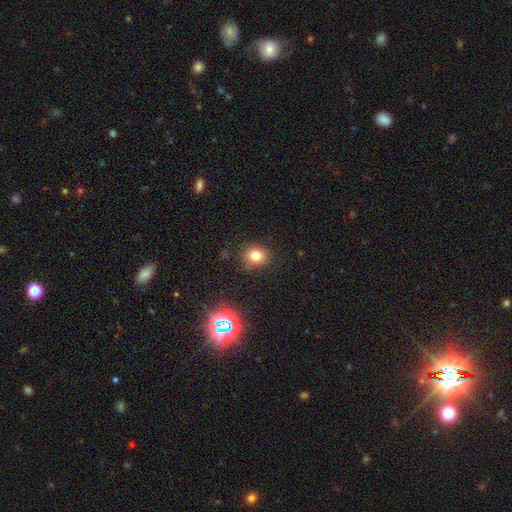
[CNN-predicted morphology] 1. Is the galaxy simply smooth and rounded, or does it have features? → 77% smooth, 15% star or artifact, 8% featured or disk.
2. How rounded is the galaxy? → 74% round, 25% in between, 1% cigar-shaped.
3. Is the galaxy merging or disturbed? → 82% none, 13% minor disturbance, 3% major disturbance, 2% merger.